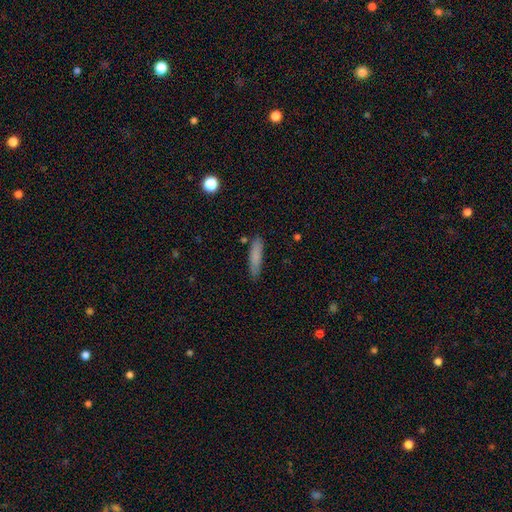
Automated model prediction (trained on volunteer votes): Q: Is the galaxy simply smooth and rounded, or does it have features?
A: smooth — 80%.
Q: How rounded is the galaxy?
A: cigar-shaped — 79%.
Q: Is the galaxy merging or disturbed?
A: none — 80%.